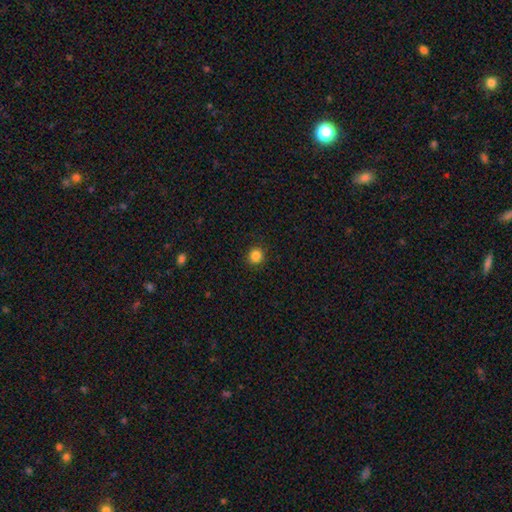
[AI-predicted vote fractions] A smooth galaxy with no disk features (84%) that is round (92%). Merging: none (91%).